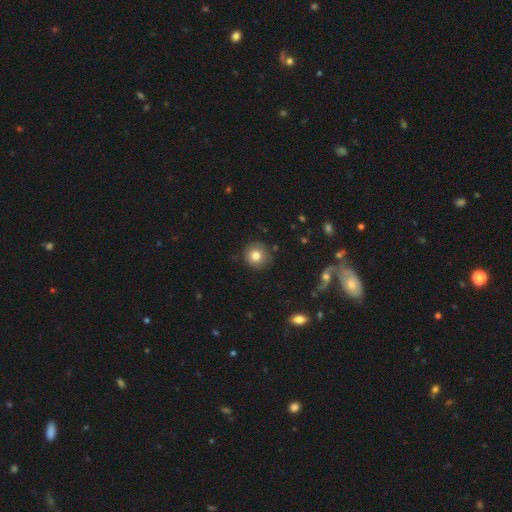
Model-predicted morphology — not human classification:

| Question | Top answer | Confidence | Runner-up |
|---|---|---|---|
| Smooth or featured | smooth | 78% | featured or disk (12%) |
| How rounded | round | 91% | in between (8%) |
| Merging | none | 83% | minor disturbance (13%) |